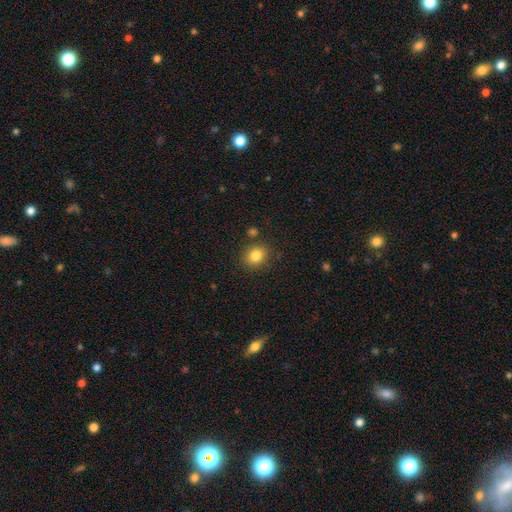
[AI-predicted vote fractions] Morphology: type=smooth (83%); roundness=round (70%); merging=none (83%).